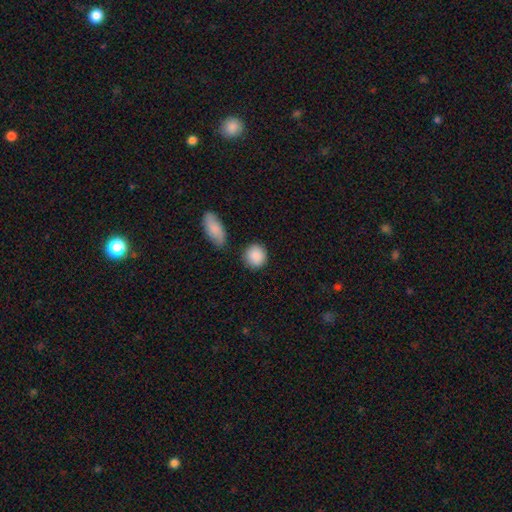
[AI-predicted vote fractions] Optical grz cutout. It shows a smooth galaxy with no disk features (89%) that is round (85%). Merging: none (82%).